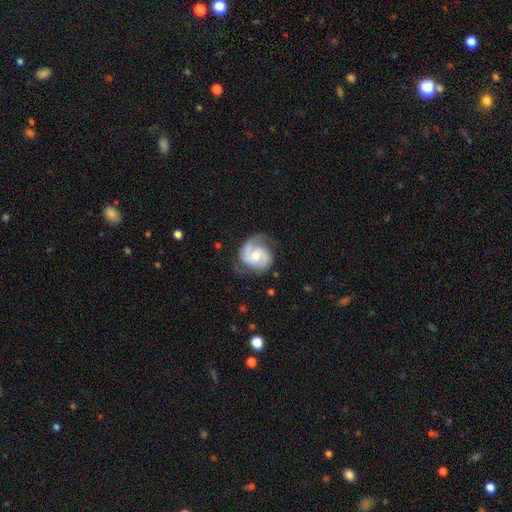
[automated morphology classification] The model was most divided on "spiral winding": medium: 47%, tight: 38%, loose: 15%. More confident: edge-on disk — no (98%); spiral arms — yes (97%); smooth or featured — featured or disk (85%); spiral arm count — 2 (82%); merging — none (70%); bulge size — moderate (63%); bar — no (56%).